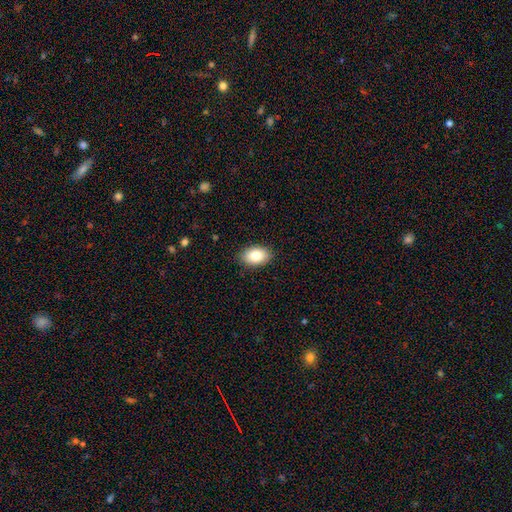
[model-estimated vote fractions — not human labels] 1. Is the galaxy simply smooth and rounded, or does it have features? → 82% smooth, 10% featured or disk, 8% star or artifact.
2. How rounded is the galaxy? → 88% in between, 11% round, 1% cigar-shaped.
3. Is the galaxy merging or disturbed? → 88% none, 9% minor disturbance, 2% major disturbance, 1% merger.